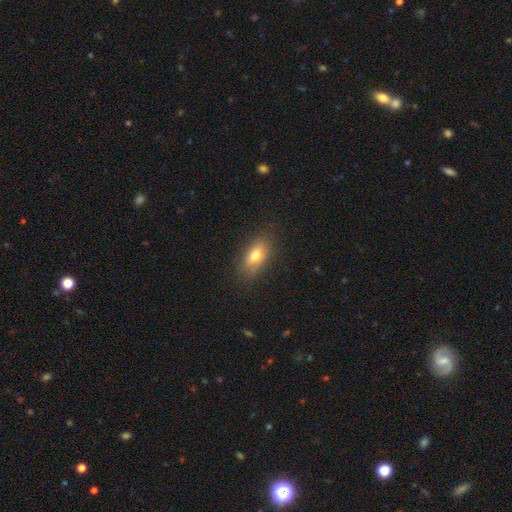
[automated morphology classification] Smooth or featured? Predicted: smooth (p=0.72). How rounded? Predicted: in between (p=0.83). Merging? Predicted: none (p=0.83).